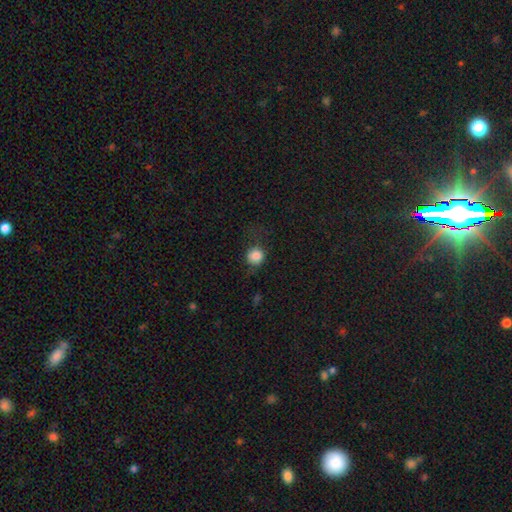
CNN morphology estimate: Smooth or featured? Predicted: smooth (p=0.82). How rounded? Predicted: round (p=0.83). Merging? Predicted: none (p=0.66).